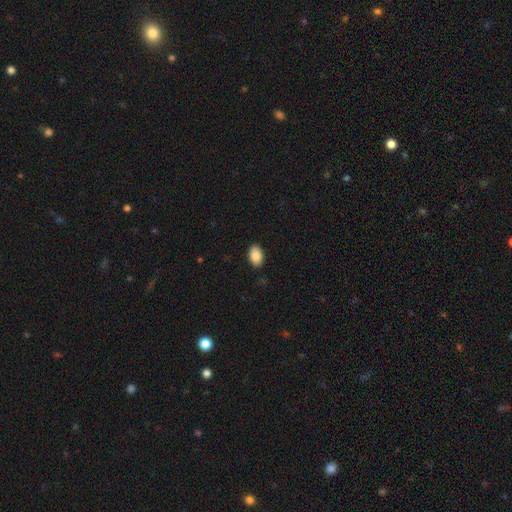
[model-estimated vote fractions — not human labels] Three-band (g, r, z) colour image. It shows a smooth galaxy with no disk features (87%) that is in between round and cigar-shaped (92%). Merging: none (89%).